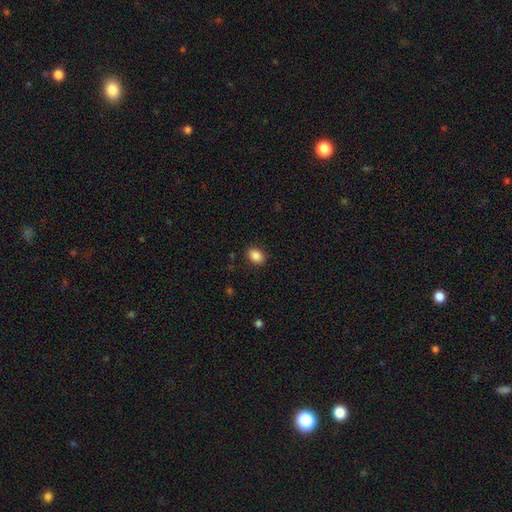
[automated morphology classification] Q: Smooth or featured?
A: smooth (87%); runner-up: star or artifact (9%)
Q: How rounded?
A: in between (75%); runner-up: round (24%)
Q: Merging?
A: none (88%); runner-up: minor disturbance (8%)